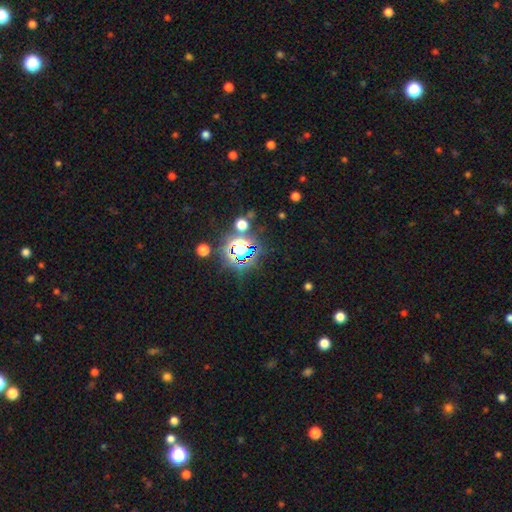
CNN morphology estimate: This is clearly a star or artifact rather than a galaxy (81%).